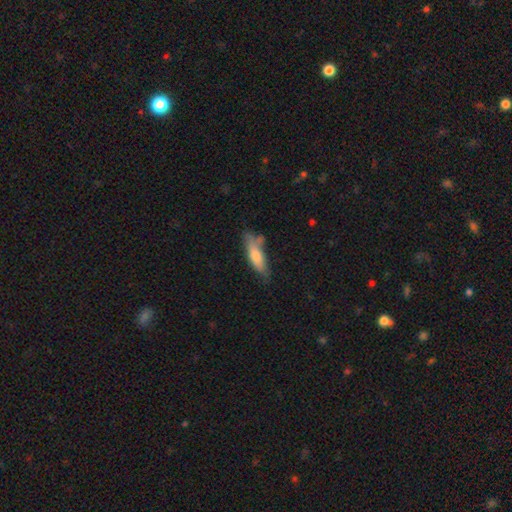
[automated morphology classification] smooth-or-featured: smooth: 72% | featured or disk: 22% | star or artifact: 6%
  how-rounded: cigar-shaped: 57% | in between: 41% | round: 2%
  merging: none: 59% | minor disturbance: 26% | merger: 8% | major disturbance: 6%